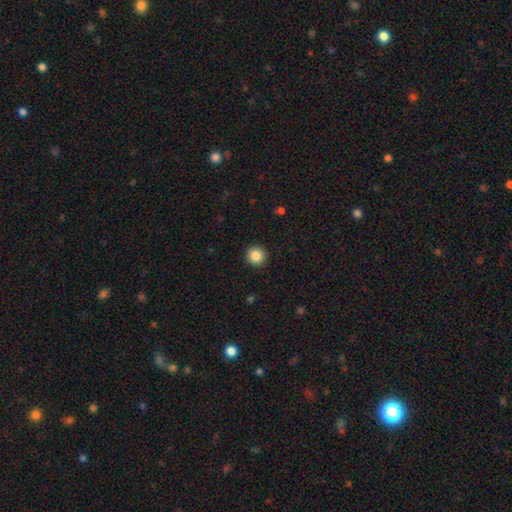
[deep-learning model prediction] Smooth or featured? smooth (86%)
How rounded? round (95%)
Merging? none (92%)